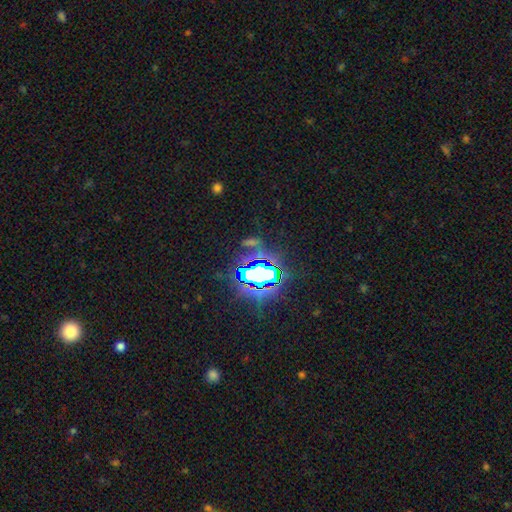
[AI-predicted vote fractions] Overall: star or artifact (81%).